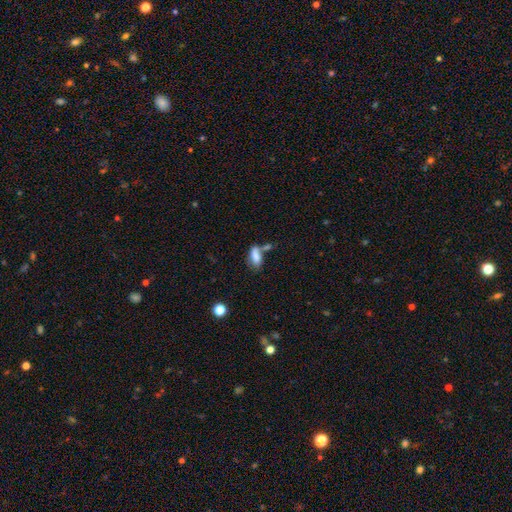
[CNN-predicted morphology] A smooth galaxy with no disk features (79%) that is in between round and cigar-shaped (80%).

Vote fractions:
- Smooth or featured? smooth: 79% / featured or disk: 12% / star or artifact: 9%
- How rounded? in between: 80% / cigar-shaped: 17% / round: 3%
- Merging? none: 38% / merger: 34% / minor disturbance: 19% / major disturbance: 10%